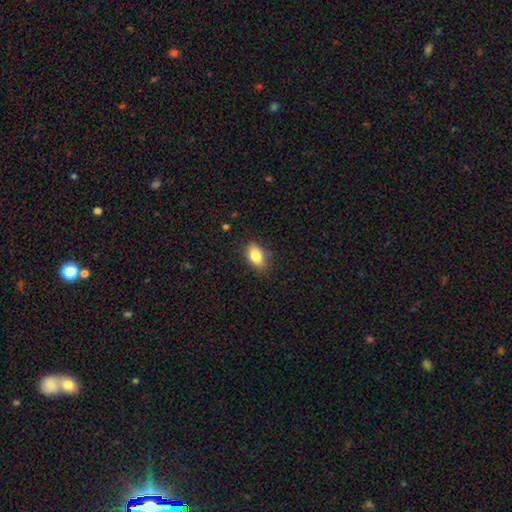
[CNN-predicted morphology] A smooth galaxy with no disk features (85%) that is in between round and cigar-shaped (88%). Merging: none (85%).